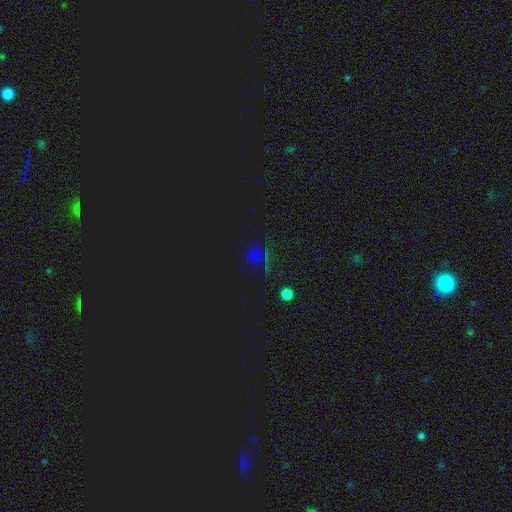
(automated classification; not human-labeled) A star or artifact, not a galaxy (60%).